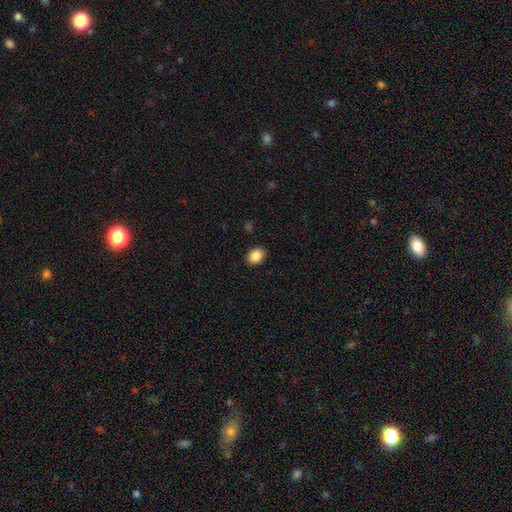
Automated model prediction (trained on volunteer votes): A smooth galaxy with no disk features (87%) that is in between round and cigar-shaped (65%). Merging: none (90%).